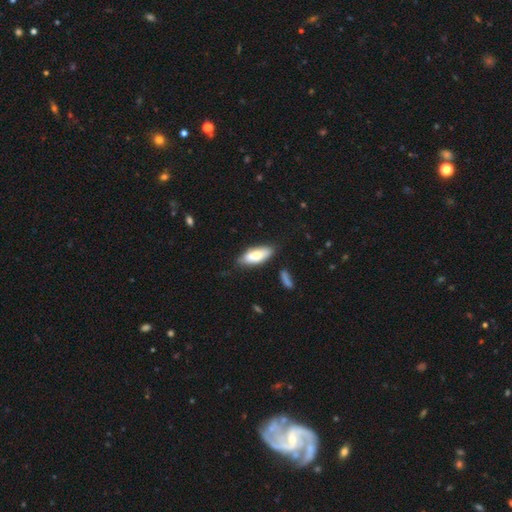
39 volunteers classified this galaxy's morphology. Overall: smooth (90%). How rounded: in between (89%). Merging: none (75%).